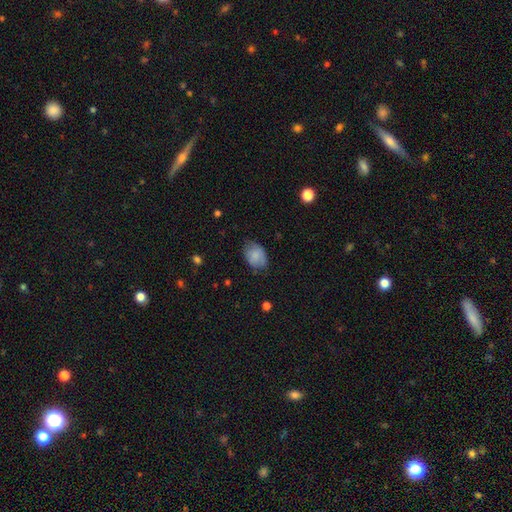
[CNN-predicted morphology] type=smooth (82%); roundness=in between (75%); merging=none (67%).